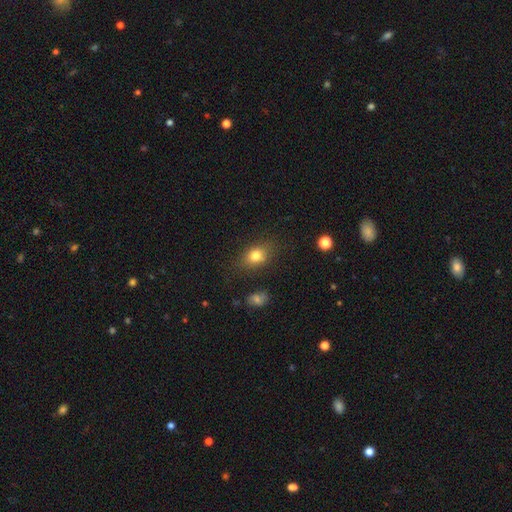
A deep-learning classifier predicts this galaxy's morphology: Smooth or featured? smooth (78%)
How rounded? in between (70%)
Merging? none (77%)